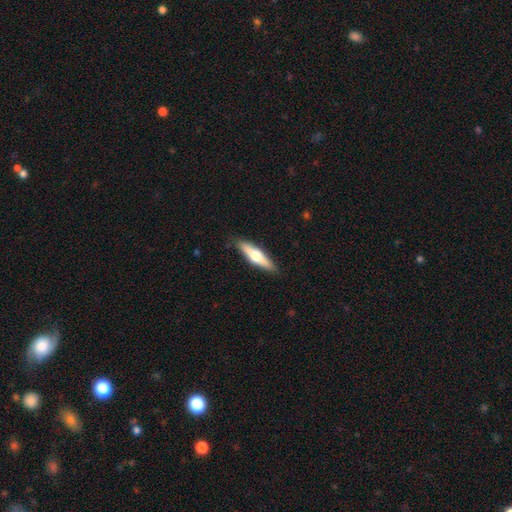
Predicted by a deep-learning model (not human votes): Smooth or featured?
  - featured or disk: 52% *
  - smooth: 43%
  - star or artifact: 5%
Edge-on disk?
  - yes: 94% *
  - no: 6%
Merging?
  - none: 89% *
  - minor disturbance: 8%
  - major disturbance: 2%
  - merger: 1%